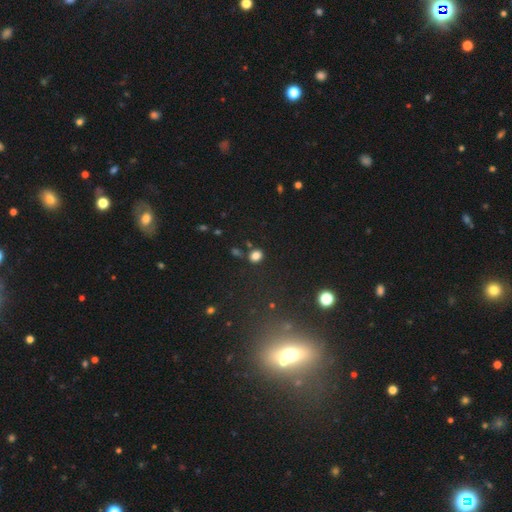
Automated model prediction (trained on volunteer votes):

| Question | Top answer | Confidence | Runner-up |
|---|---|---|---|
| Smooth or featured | smooth | 81% | star or artifact (14%) |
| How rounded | in between | 51% | round (48%) |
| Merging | none | 78% | minor disturbance (11%) |